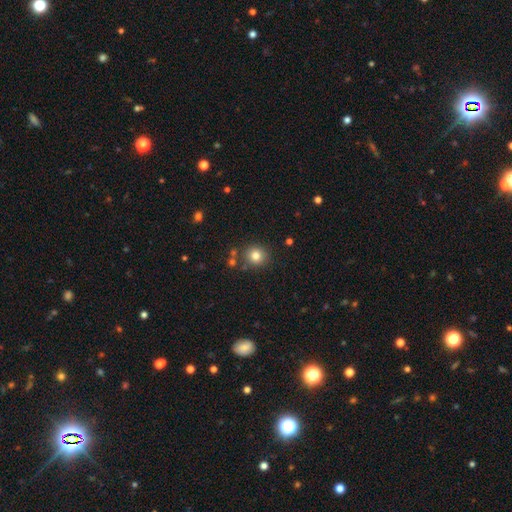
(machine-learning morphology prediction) Smooth or featured? smooth (81%)
How rounded? round (88%)
Merging? none (81%)